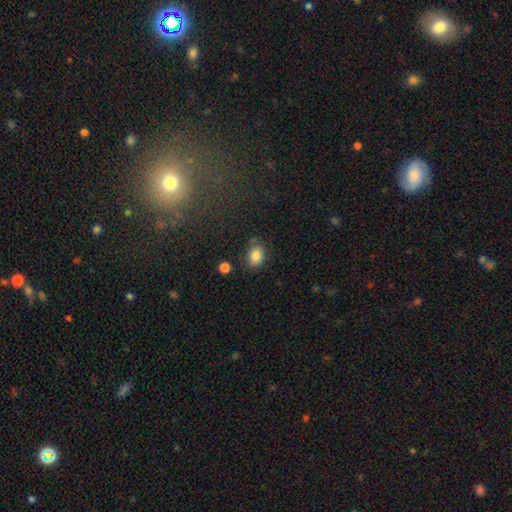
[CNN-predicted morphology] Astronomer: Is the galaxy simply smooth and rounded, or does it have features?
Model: smooth — 84%.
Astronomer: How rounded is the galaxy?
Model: in between — 75%.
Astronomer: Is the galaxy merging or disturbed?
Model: none — 76%.